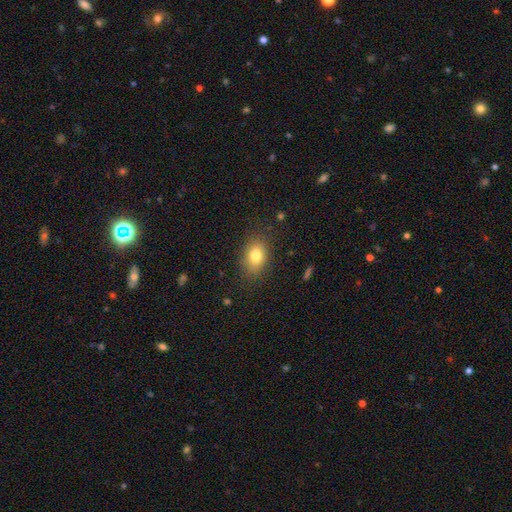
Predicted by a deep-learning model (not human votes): Smooth or featured? smooth (79%)
How rounded? in between (79%)
Merging? none (84%)